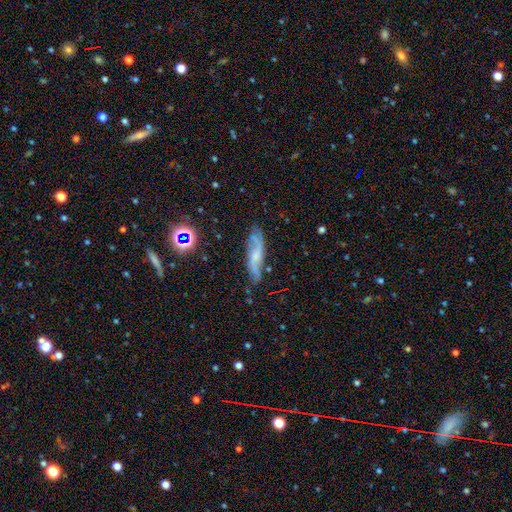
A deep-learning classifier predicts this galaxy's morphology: Smooth or featured? featured or disk (66%)
Edge-on disk? no (74%)
Merging? none (71%)